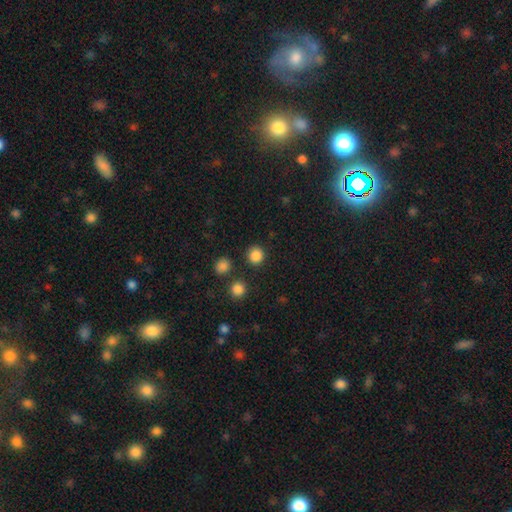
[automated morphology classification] A smooth galaxy with no disk features (85%) that is round (89%).

Vote fractions:
- Smooth or featured? smooth: 85% / star or artifact: 12% / featured or disk: 3%
- How rounded? round: 89% / in between: 10% / cigar-shaped: 1%
- Merging? none: 86% / minor disturbance: 7% / merger: 4% / major disturbance: 3%